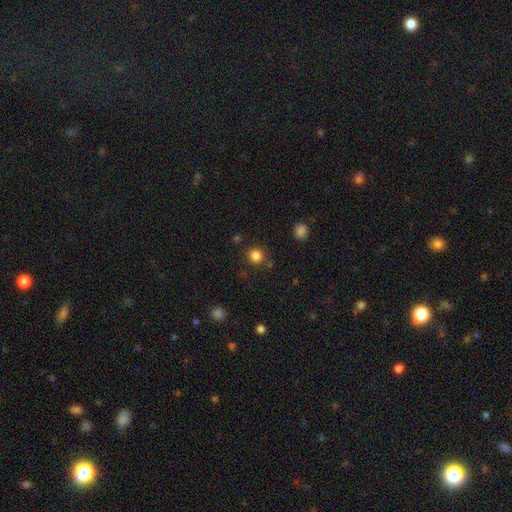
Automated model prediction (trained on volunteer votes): smooth_or_featured: smooth (p=0.84) [alt: star or artifact p=0.12]
how_rounded: round (p=0.91) [alt: in between p=0.08]
merging: none (p=0.86) [alt: minor disturbance p=0.07]